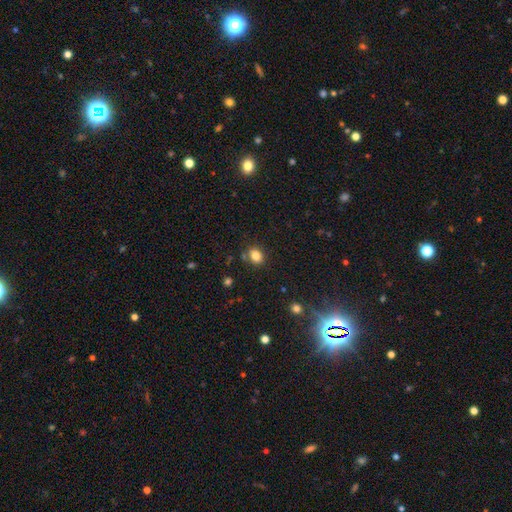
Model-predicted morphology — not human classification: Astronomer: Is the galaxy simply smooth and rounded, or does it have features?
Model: smooth — 82%.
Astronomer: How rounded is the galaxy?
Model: in between — 50% (runner-up: round, 49%).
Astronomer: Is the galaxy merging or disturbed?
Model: none — 79%.